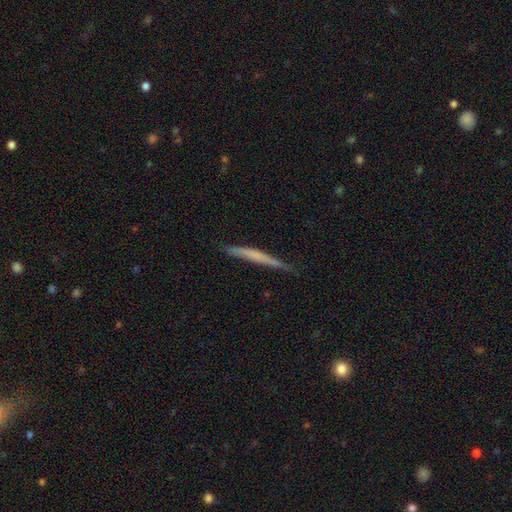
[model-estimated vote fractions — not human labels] This appears to be a smooth galaxy with no disk features (50%) that is cigar-shaped (96%). Merging: none (78%).